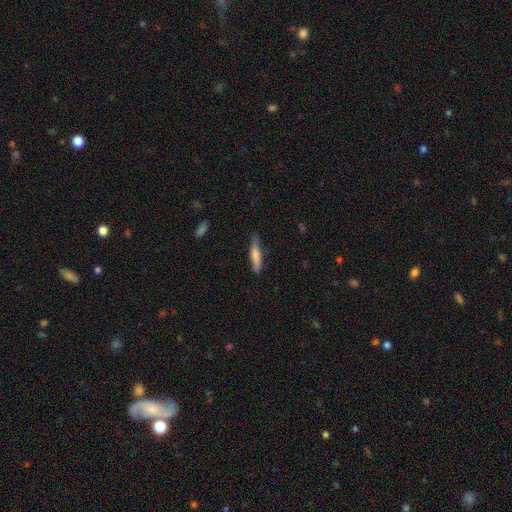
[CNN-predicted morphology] Overall: smooth (72%). How rounded: cigar-shaped (85%). Merging: none (73%).